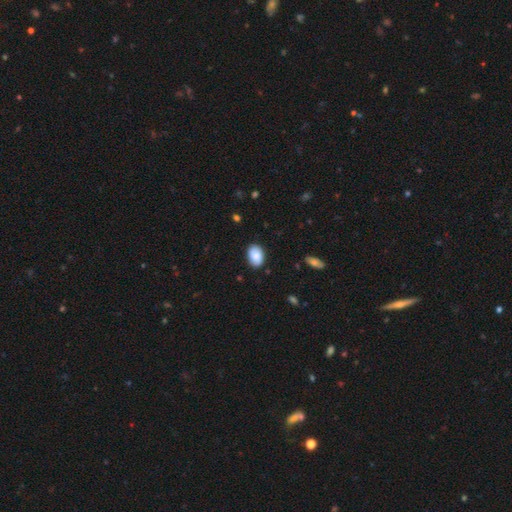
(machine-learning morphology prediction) Overall: smooth (84%). How rounded: in between (87%). Merging: none (85%).